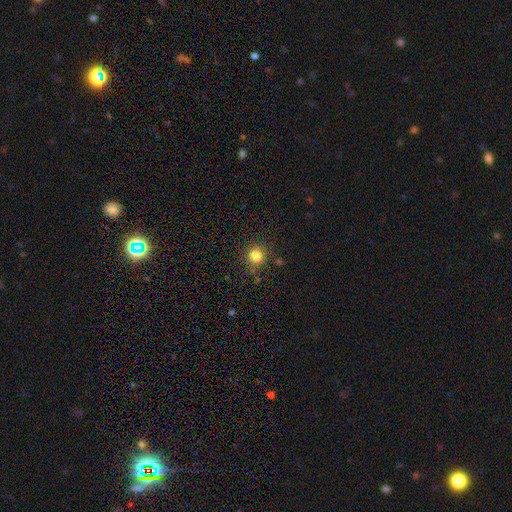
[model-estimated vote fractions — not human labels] Smooth or featured? Predicted: smooth (p=0.81). How rounded? Predicted: round (p=0.91). Merging? Predicted: none (p=0.85).